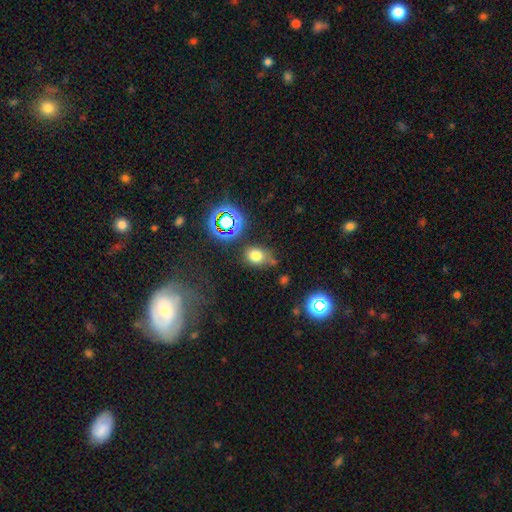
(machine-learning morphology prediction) Overall: smooth (71%). How rounded: in between (59%; round 39%). Merging: none (58%; minor disturbance 25%).